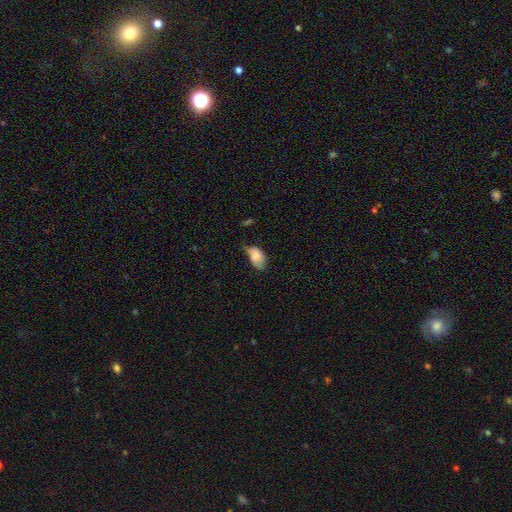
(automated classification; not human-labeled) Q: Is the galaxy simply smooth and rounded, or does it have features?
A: smooth — 73%.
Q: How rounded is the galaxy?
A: in between — 89%.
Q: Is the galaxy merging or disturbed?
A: minor disturbance — 44%.